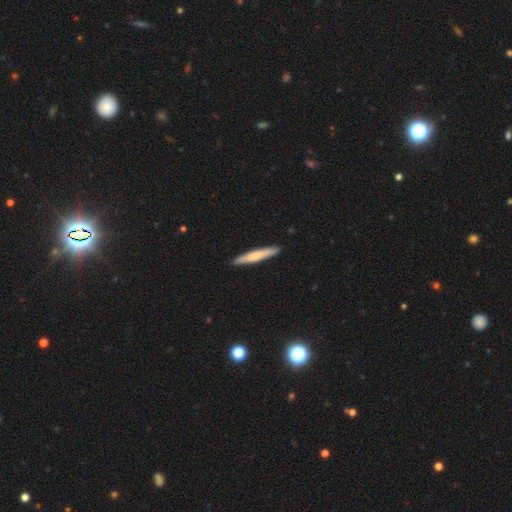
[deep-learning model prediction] A smooth galaxy with no disk features (65%) that is cigar-shaped (94%). Merging: none (91%).